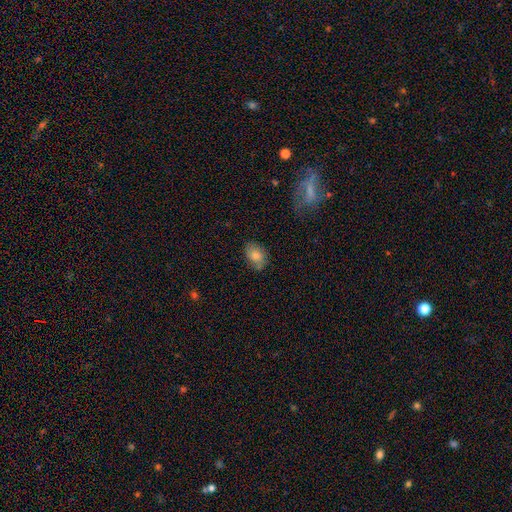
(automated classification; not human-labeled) The model was most divided on "how rounded": in between: 76%, round: 23%, cigar-shaped: 1%. More confident: smooth or featured — smooth (79%); merging — none (73%).